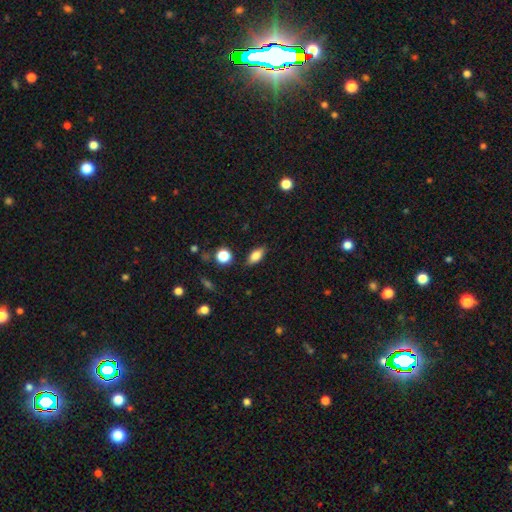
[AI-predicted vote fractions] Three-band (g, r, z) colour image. It shows a smooth galaxy with no disk features (76%) that is in between round and cigar-shaped (82%). Merging: none (84%).